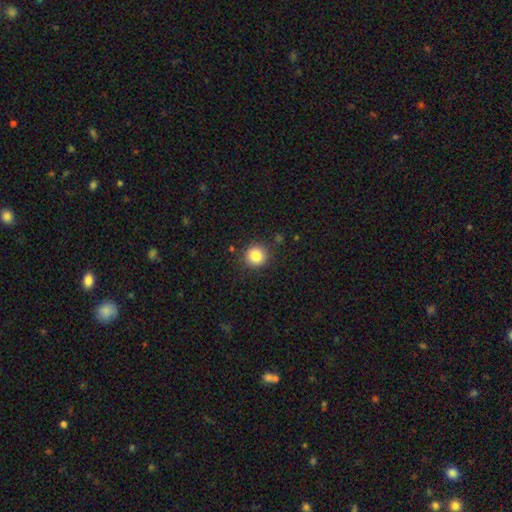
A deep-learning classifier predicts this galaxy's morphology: smooth 84%, star or artifact 10%, featured or disk 6%. Down the decision tree: how rounded — round (93%); merging — none (89%).